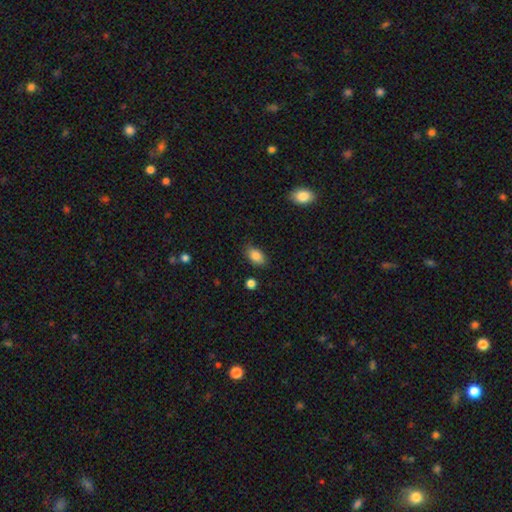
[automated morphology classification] This is clearly a smooth galaxy (86%). How rounded: clearly in between (90%). Merging: clearly none (82%).